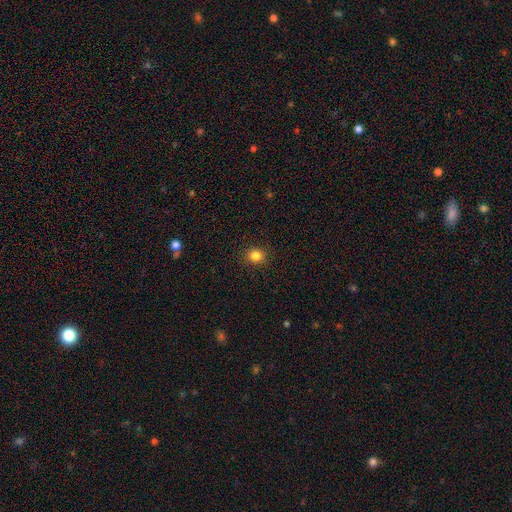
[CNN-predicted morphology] smooth 84%, star or artifact 12%, featured or disk 5%. Down the decision tree: how rounded — round (80%); merging — none (91%).